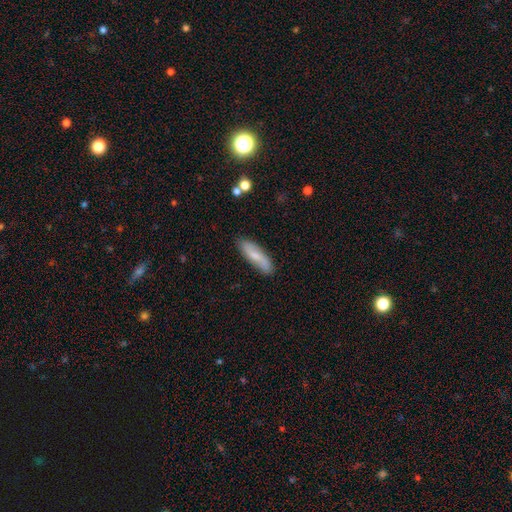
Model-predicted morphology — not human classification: Smooth or featured? Predicted: smooth (p=0.60). How rounded? Predicted: cigar-shaped (p=0.58). Merging? Predicted: none (p=0.83).